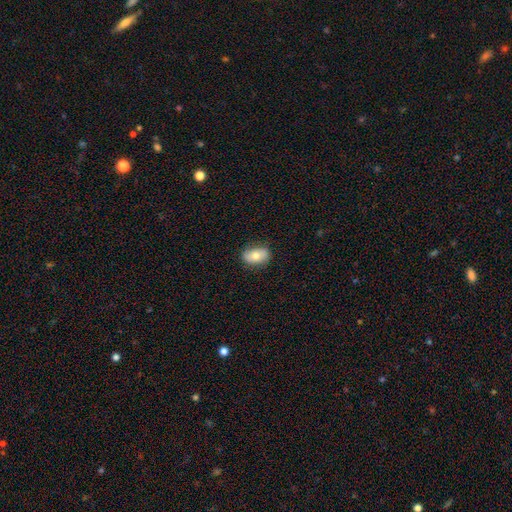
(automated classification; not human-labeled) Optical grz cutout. It shows a smooth galaxy with no disk features (71%) that is in between round and cigar-shaped (85%). Merging: none (81%).